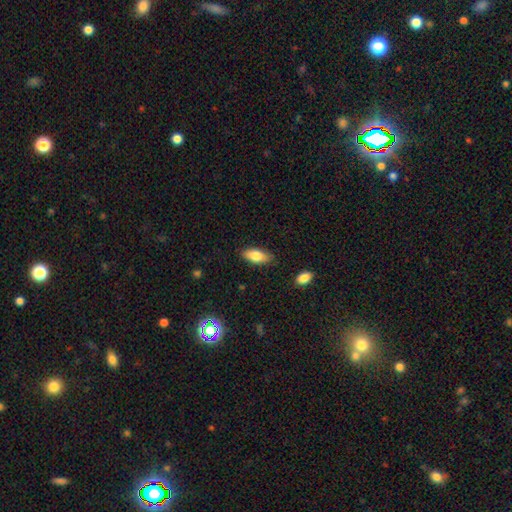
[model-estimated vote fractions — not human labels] This is clearly a smooth galaxy (81%). How rounded: clearly in between (87%). Merging: clearly none (84%).